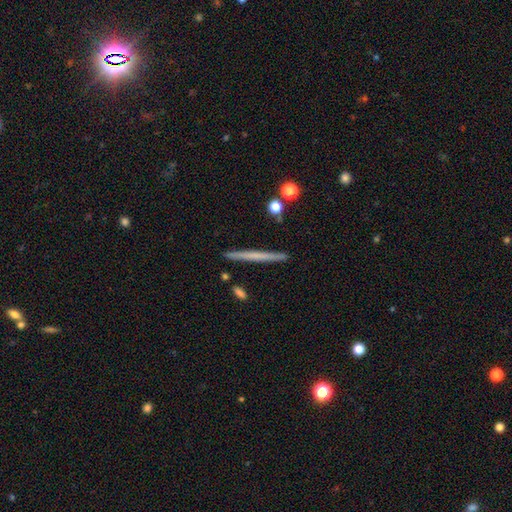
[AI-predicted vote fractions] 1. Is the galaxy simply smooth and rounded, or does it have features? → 48% smooth, 46% featured or disk, 6% star or artifact.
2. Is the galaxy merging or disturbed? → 91% none, 6% minor disturbance, 2% merger, 1% major disturbance.